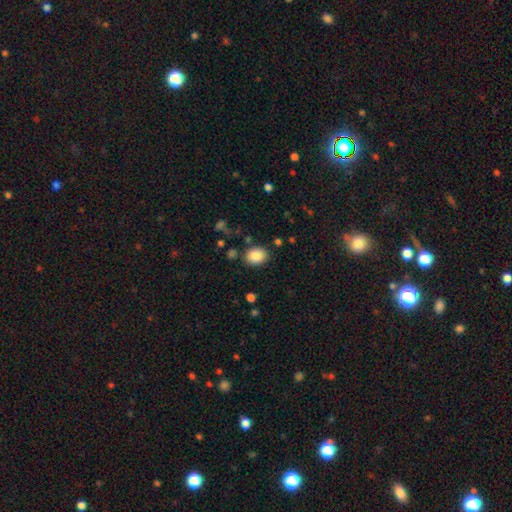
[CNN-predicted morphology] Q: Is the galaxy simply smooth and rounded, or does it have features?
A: smooth — 86%.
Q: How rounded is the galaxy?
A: in between — 56%.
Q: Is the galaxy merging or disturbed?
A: none — 84%.